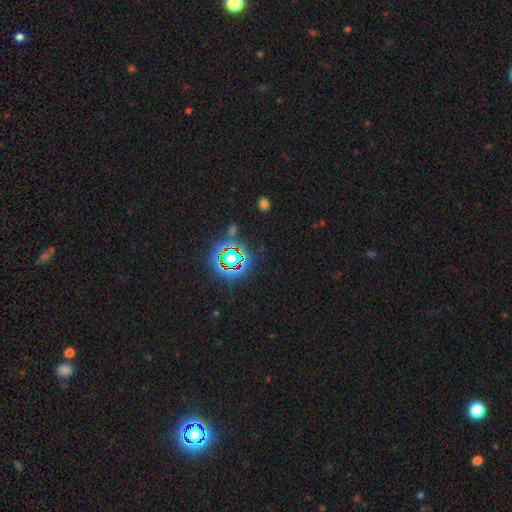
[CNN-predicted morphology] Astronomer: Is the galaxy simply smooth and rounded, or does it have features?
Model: star or artifact — 75%.